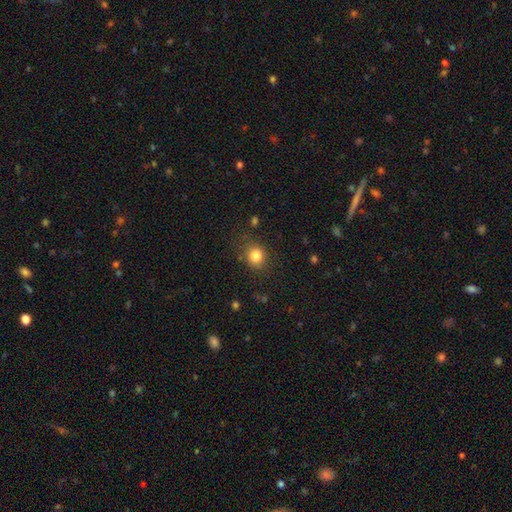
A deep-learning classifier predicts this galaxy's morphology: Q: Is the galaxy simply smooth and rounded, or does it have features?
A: smooth — 82%.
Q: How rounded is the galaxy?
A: round — 78%.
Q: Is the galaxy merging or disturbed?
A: none — 81%.